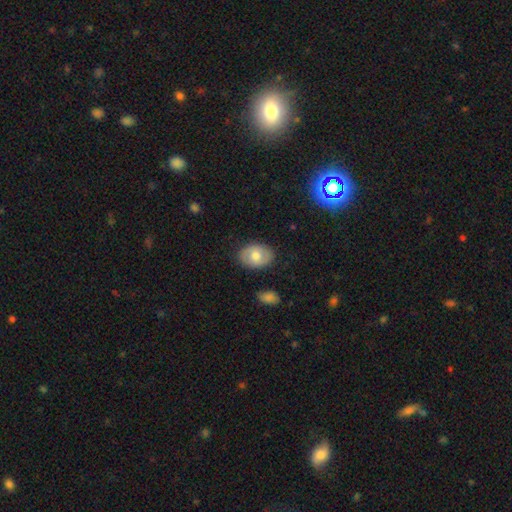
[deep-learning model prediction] Smooth or featured? smooth (60%)
How rounded? in between (77%)
Merging? none (83%)